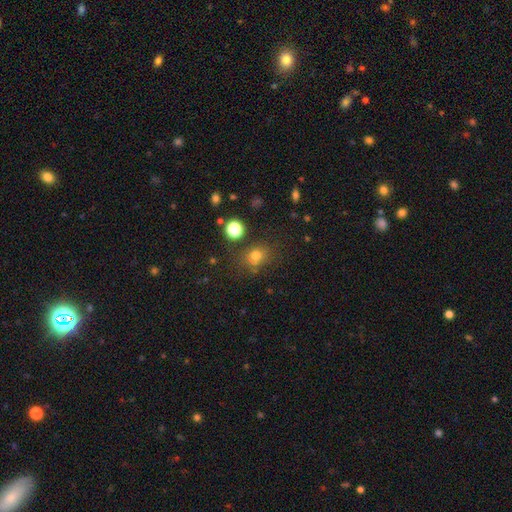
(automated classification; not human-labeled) Q: Smooth or featured?
A: smooth (73%); runner-up: star or artifact (19%)
Q: How rounded?
A: round (68%); runner-up: in between (31%)
Q: Merging?
A: none (72%); runner-up: minor disturbance (14%)